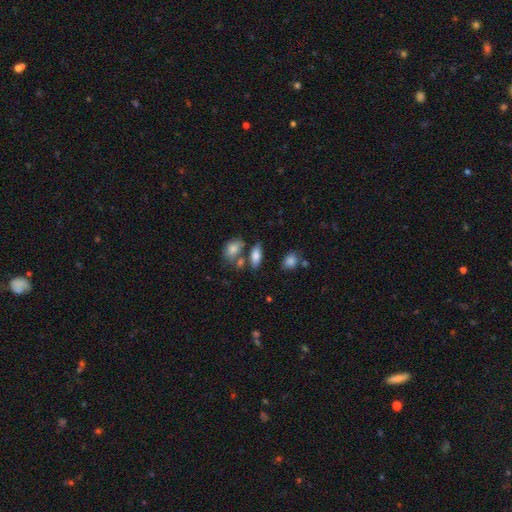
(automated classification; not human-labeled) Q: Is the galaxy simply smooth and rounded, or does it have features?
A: smooth — 79%.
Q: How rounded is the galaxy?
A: in between — 82%.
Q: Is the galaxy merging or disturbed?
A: none — 62%.